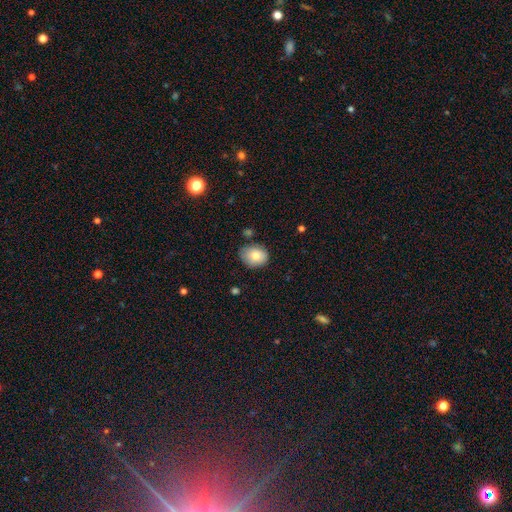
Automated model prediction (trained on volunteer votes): Overall: smooth (80%). How rounded: in between (52%; round 47%). Merging: none (70%).